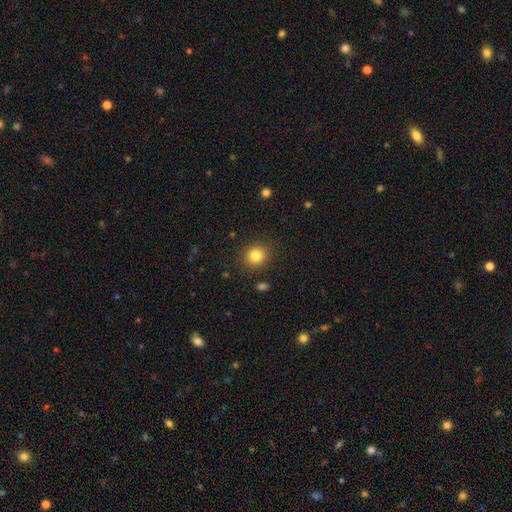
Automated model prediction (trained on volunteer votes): The model was most divided on "how rounded": round: 83%, in between: 16%, cigar-shaped: 1%. More confident: merging — none (88%); smooth or featured — smooth (83%).